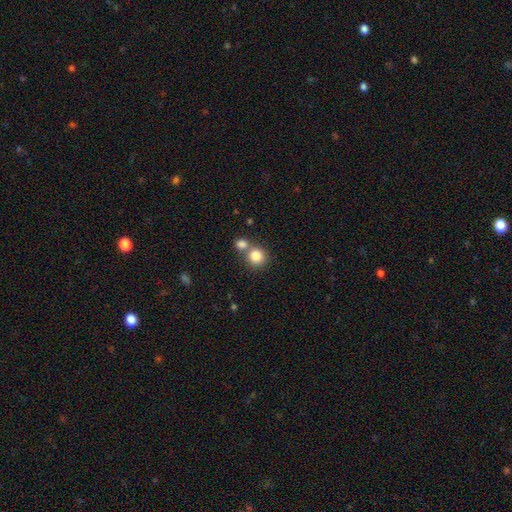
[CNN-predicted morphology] Smooth or featured: smooth — 83% (star or artifact — 10%)
How rounded: round — 88% (in between — 11%)
Merging: none — 53% (merger — 37%)